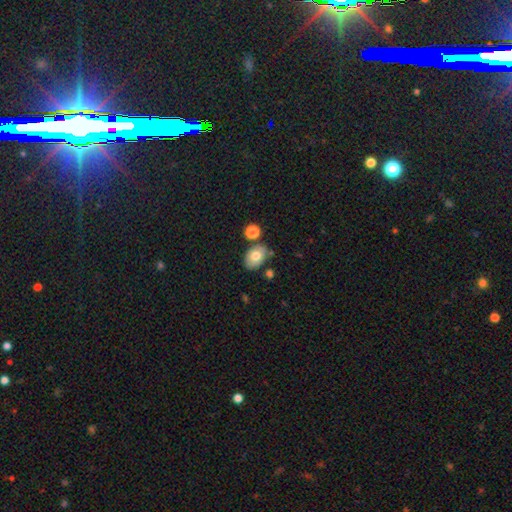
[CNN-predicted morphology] smooth-or-featured: smooth: 72% | featured or disk: 20% | star or artifact: 8%
  how-rounded: in between: 84% | round: 15% | cigar-shaped: 1%
  merging: none: 72% | minor disturbance: 15% | merger: 9% | major disturbance: 4%